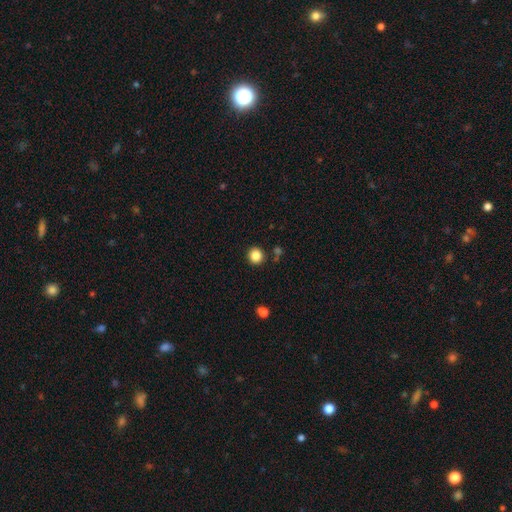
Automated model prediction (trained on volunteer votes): This appears to be a smooth galaxy with no disk features (86%) that is round (91%). Merging: none (88%).